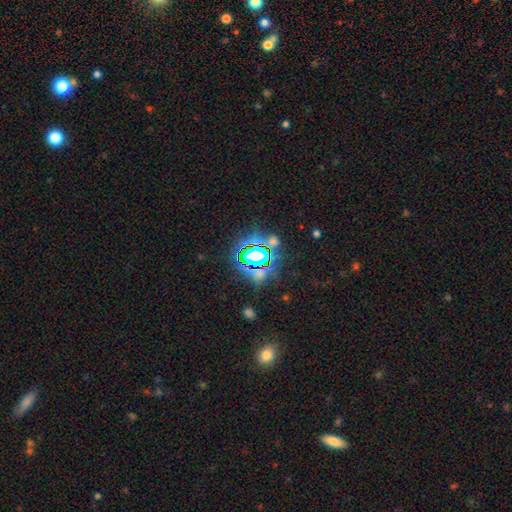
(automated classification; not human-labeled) A star or artifact, not a galaxy (76%).

Vote fractions:
- Smooth or featured? star or artifact: 76% / smooth: 15% / featured or disk: 9%